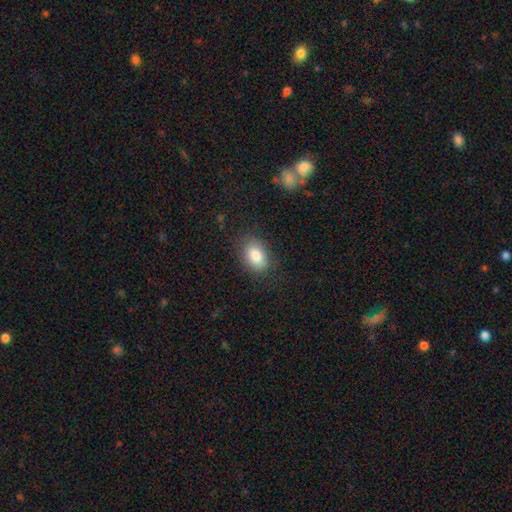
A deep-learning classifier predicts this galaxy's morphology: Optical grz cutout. It shows a smooth galaxy with no disk features (84%) that is in between round and cigar-shaped (83%). Merging: none (81%).